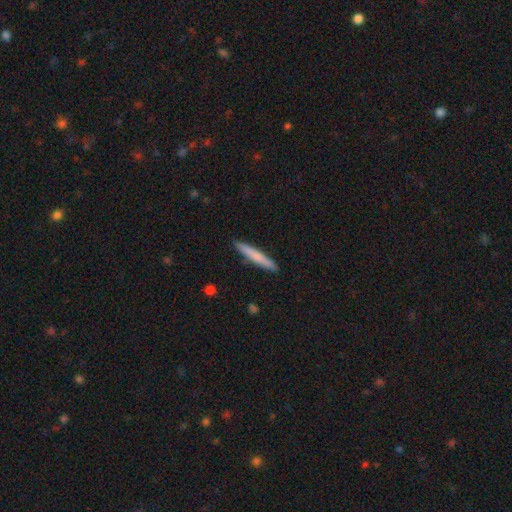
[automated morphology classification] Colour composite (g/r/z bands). It shows a smooth galaxy with no disk features (70%) that is cigar-shaped (96%). Merging: none (91%).